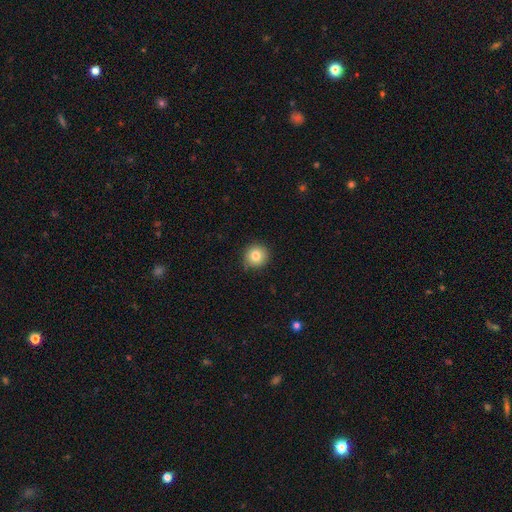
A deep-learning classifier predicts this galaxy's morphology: smooth 82%, star or artifact 10%, featured or disk 8%. Down the decision tree: how rounded — round (94%); merging — none (88%).